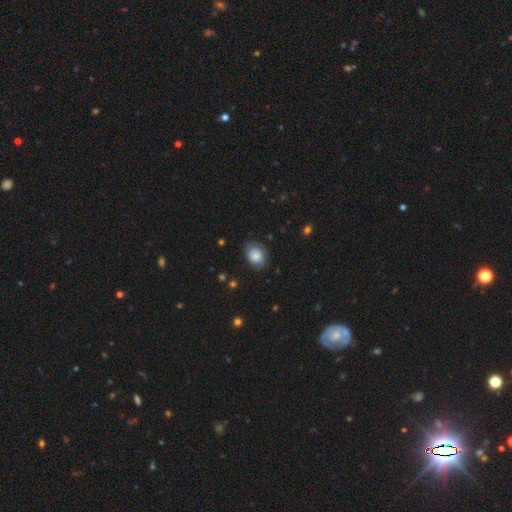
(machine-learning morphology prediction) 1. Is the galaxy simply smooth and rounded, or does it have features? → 77% smooth, 15% featured or disk, 9% star or artifact.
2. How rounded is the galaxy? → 50% in between, 49% round, 1% cigar-shaped.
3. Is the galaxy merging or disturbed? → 71% none, 21% minor disturbance, 6% major disturbance, 1% merger.